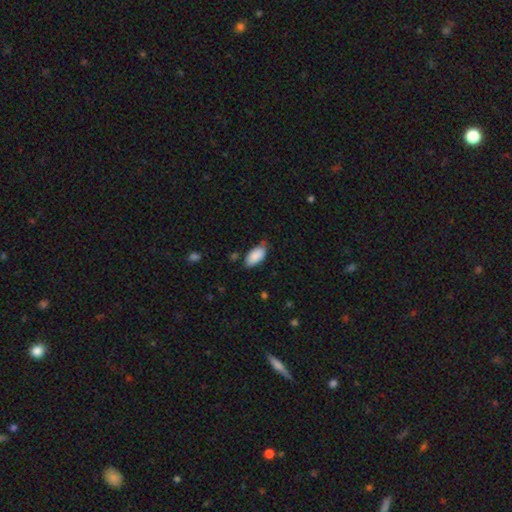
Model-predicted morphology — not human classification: Smooth or featured? Predicted: smooth (p=0.88). How rounded? Predicted: in between (p=0.93). Merging? Predicted: none (p=0.69).